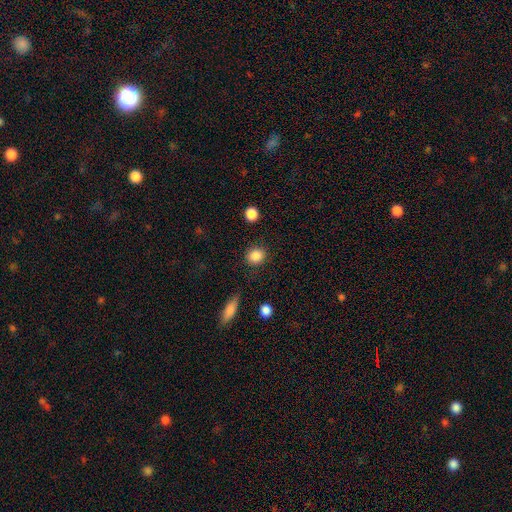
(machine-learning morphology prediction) Smooth or featured? Predicted: smooth (p=0.87). How rounded? Predicted: round (p=0.77). Merging? Predicted: none (p=0.86).